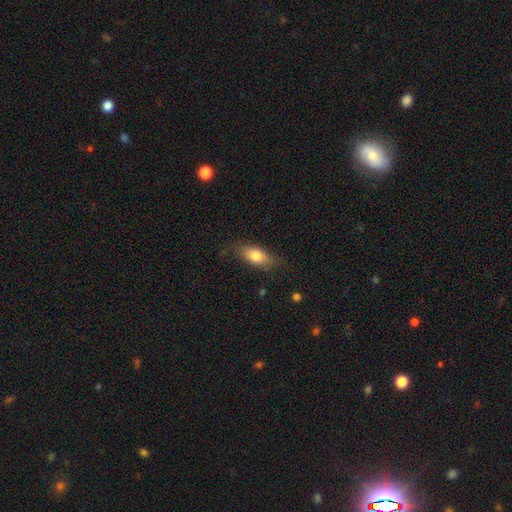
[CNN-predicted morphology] Smooth or featured? Predicted: smooth (p=0.75). How rounded? Predicted: in between (p=0.80). Merging? Predicted: none (p=0.72).